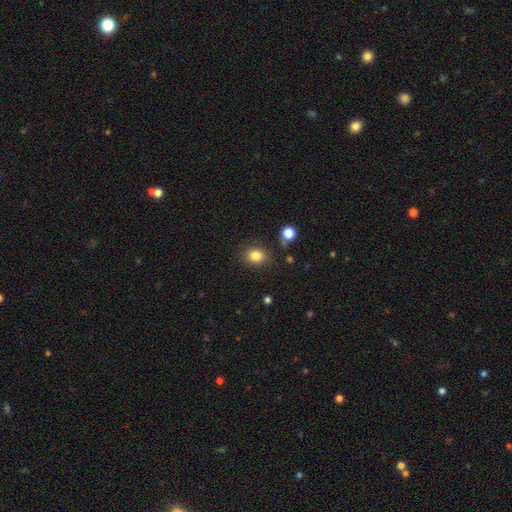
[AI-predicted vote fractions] smooth 82%, star or artifact 11%, featured or disk 6%. Down the decision tree: how rounded — round (52%); merging — none (81%).